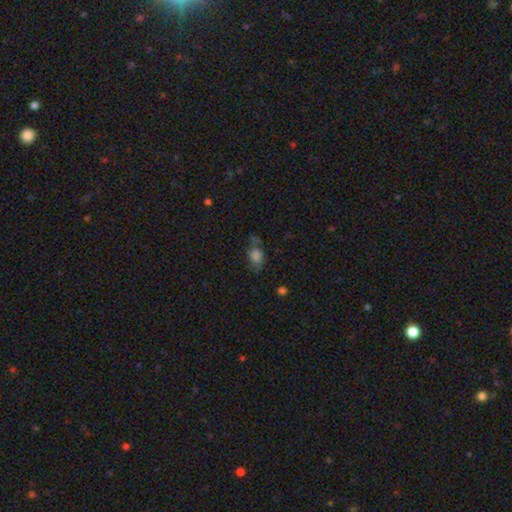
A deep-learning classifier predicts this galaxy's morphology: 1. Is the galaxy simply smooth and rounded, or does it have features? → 64% smooth, 18% featured or disk, 17% star or artifact.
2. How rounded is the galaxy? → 75% in between, 22% round, 4% cigar-shaped.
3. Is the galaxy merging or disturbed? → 49% none, 27% minor disturbance, 16% major disturbance, 8% merger.